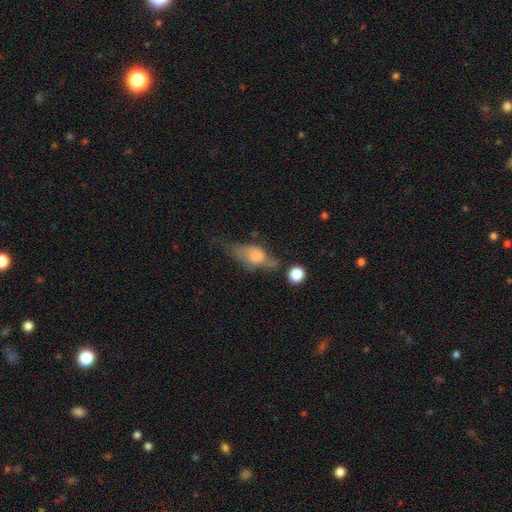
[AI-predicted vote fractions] Overall: smooth (56%; featured or disk 34%). How rounded: in between (71%). Merging: major disturbance (32%; none 29%).